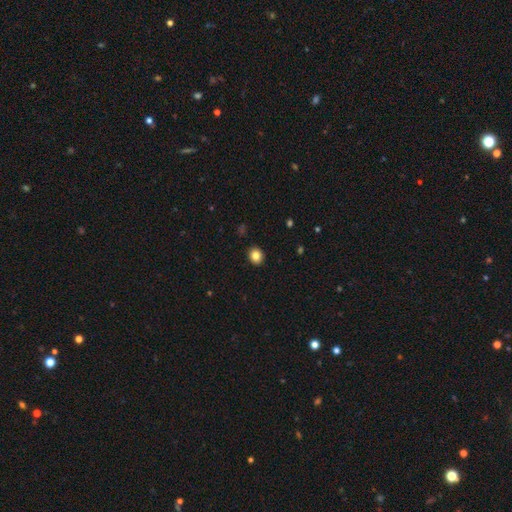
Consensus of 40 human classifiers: Smooth or featured?
  - smooth: 82% *
  - star or artifact: 10%
  - featured or disk: 8%
How rounded?
  - in between: 52% *
  - round: 48%
  - cigar-shaped: 0%
Merging?
  - none: 89% *
  - minor disturbance: 8%
  - major disturbance: 3%
  - merger: 0%